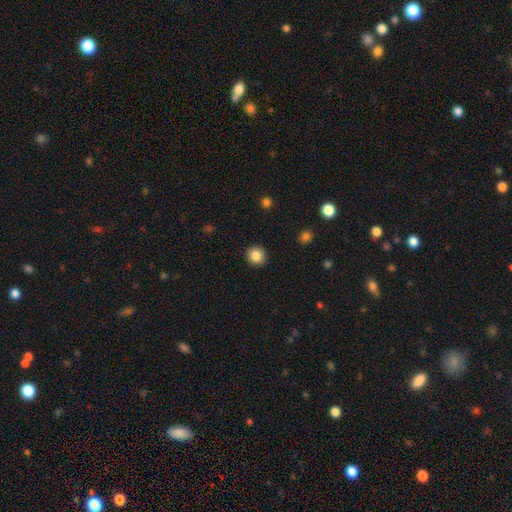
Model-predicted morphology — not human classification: Smooth or featured: smooth — 85% (star or artifact — 10%)
How rounded: round — 92% (in between — 7%)
Merging: none — 92% (minor disturbance — 5%)